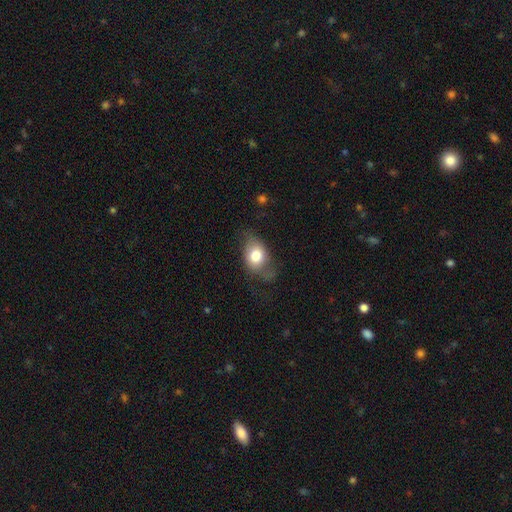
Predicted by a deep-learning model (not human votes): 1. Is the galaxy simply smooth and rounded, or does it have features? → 73% smooth, 19% featured or disk, 8% star or artifact.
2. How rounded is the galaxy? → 72% in between, 27% round, 2% cigar-shaped.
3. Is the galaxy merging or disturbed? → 48% none, 31% minor disturbance, 18% major disturbance, 2% merger.